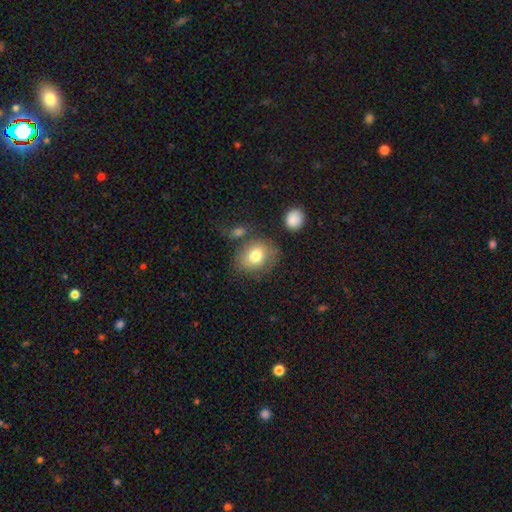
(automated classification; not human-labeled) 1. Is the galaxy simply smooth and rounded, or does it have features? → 76% smooth, 15% featured or disk, 9% star or artifact.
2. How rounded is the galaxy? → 63% round, 36% in between, 1% cigar-shaped.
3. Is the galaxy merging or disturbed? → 64% none, 19% minor disturbance, 9% merger, 9% major disturbance.